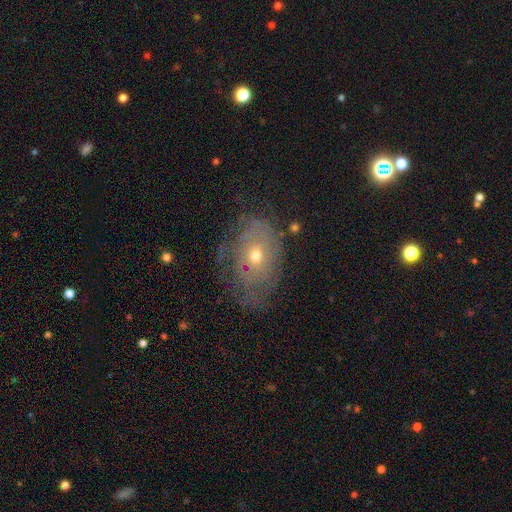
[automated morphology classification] Smooth or featured? featured or disk (68%)
Edge-on disk? no (94%)
Bar? no (84%)
Spiral arms? yes (66%)
Bulge size? small (50%)
Merging? none (61%)